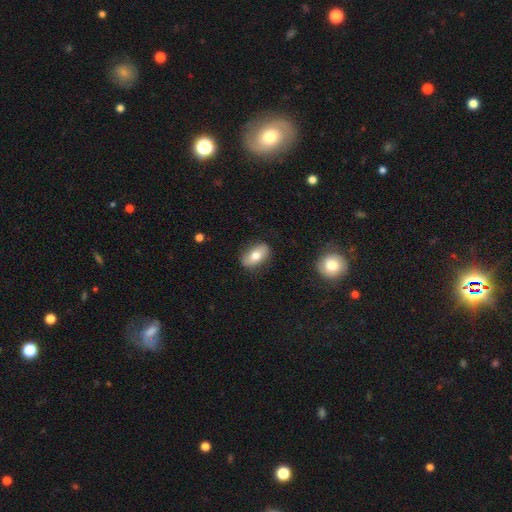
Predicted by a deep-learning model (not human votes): Q: Smooth or featured?
A: smooth (70%); runner-up: featured or disk (23%)
Q: How rounded?
A: in between (88%); runner-up: round (7%)
Q: Merging?
A: none (84%); runner-up: minor disturbance (12%)